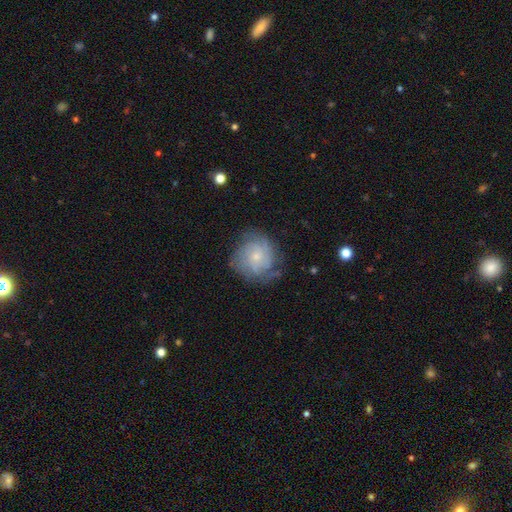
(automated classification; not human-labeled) smooth_or_featured: featured or disk (p=0.66) [alt: smooth p=0.26]
disk_edge_on: no (p=0.98) [alt: yes p=0.02]
bar: no (p=0.78) [alt: weak p=0.20]
has_spiral_arms: yes (p=0.88) [alt: no p=0.12]
spiral_winding: tight (p=0.62) [alt: medium p=0.29]
spiral_arm_count: can't tell (p=0.45) [alt: 3 p=0.17]
bulge_size: small (p=0.70) [alt: moderate p=0.23]
merging: none (p=0.71) [alt: minor disturbance p=0.20]